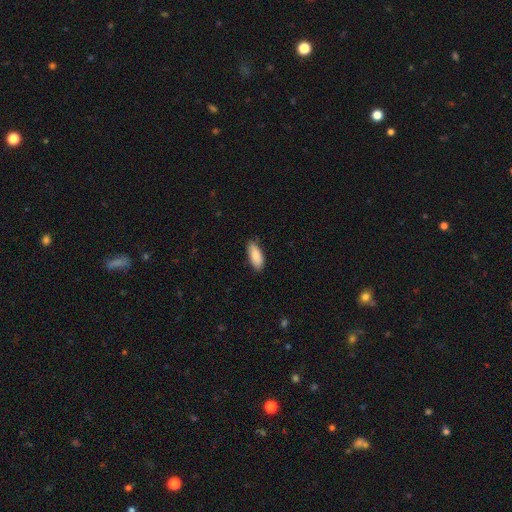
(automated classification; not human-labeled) Q: Smooth or featured?
A: smooth (88%); runner-up: featured or disk (6%)
Q: How rounded?
A: in between (80%); runner-up: cigar-shaped (18%)
Q: Merging?
A: none (82%); runner-up: minor disturbance (15%)